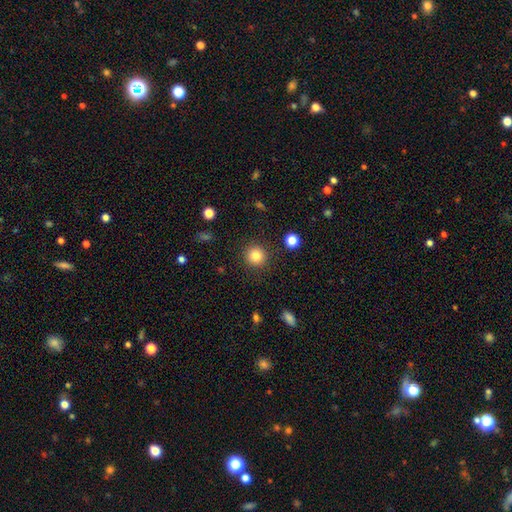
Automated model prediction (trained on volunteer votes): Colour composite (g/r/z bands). It shows a smooth galaxy with no disk features (83%) that is round (94%). Merging: none (91%).